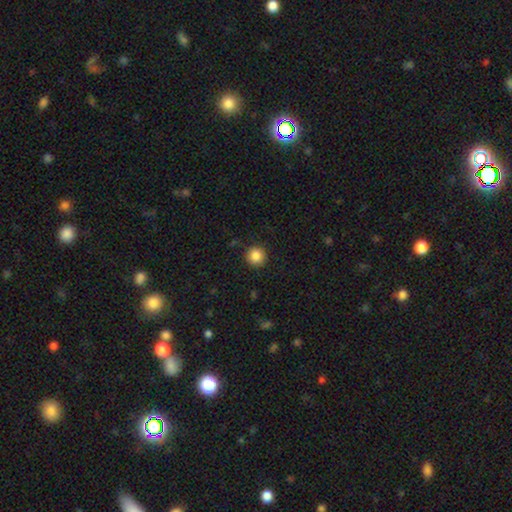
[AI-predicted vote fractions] The model was most divided on "smooth or featured": smooth: 85%, star or artifact: 10%, featured or disk: 5%. More confident: how rounded — round (95%); merging — none (91%).